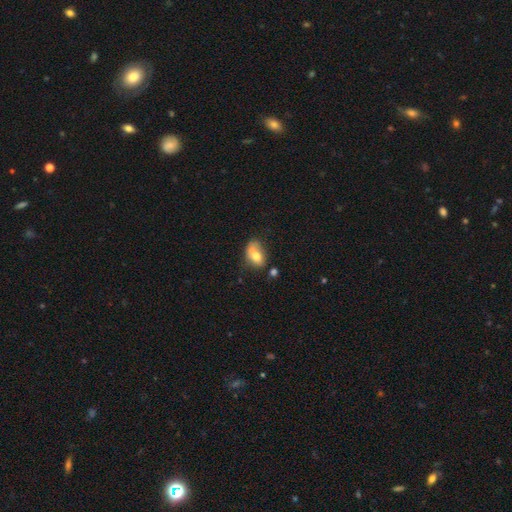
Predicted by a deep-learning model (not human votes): A smooth galaxy with no disk features (69%) that is in between round and cigar-shaped (84%). Merging: none (32%).